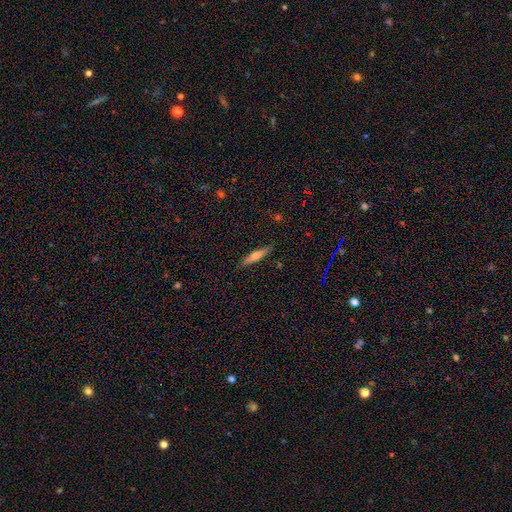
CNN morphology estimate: A featured or disk galaxy (47%). Merging: none (88%).